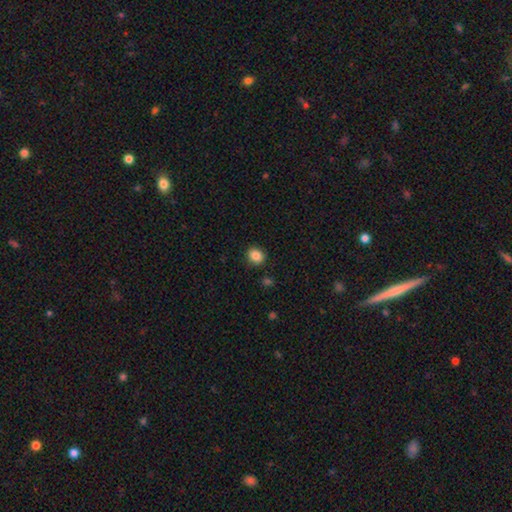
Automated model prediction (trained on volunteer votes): Smooth or featured?
  - smooth: 86% *
  - star or artifact: 10%
  - featured or disk: 4%
How rounded?
  - round: 71% *
  - in between: 28%
  - cigar-shaped: 1%
Merging?
  - none: 89% *
  - minor disturbance: 8%
  - major disturbance: 2%
  - merger: 2%